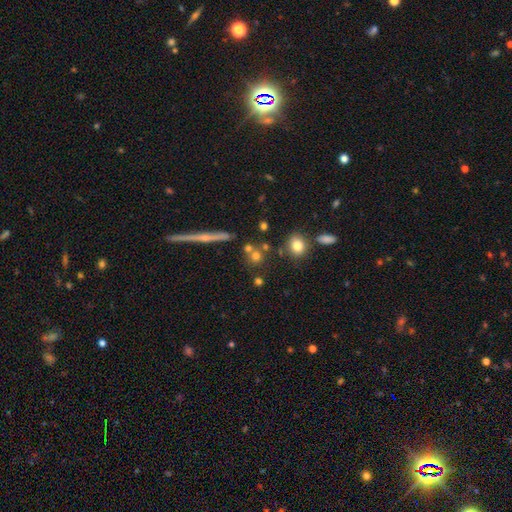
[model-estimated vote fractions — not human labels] smooth-or-featured: smooth: 66% | featured or disk: 18% | star or artifact: 17%
  how-rounded: round: 85% | in between: 10% | cigar-shaped: 5%
  merging: none: 63% | merger: 24% | minor disturbance: 9% | major disturbance: 4%